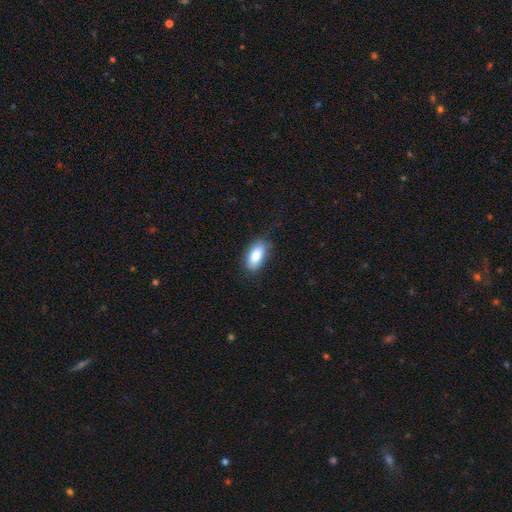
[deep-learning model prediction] This is clearly a smooth galaxy (84%). How rounded: clearly in between (90%). Merging: likely none (76%).